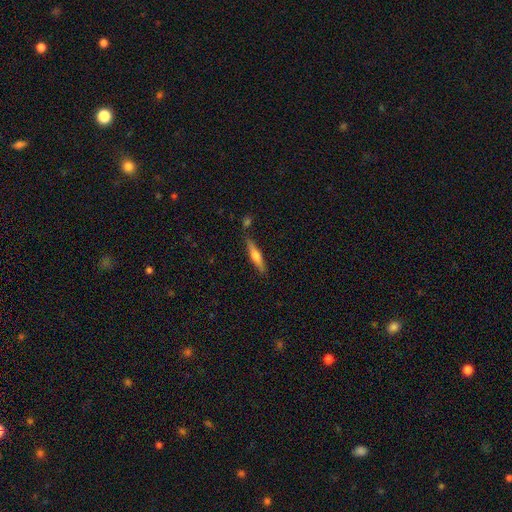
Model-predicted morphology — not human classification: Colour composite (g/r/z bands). It shows a smooth galaxy with no disk features (49%). Merging: none (82%).